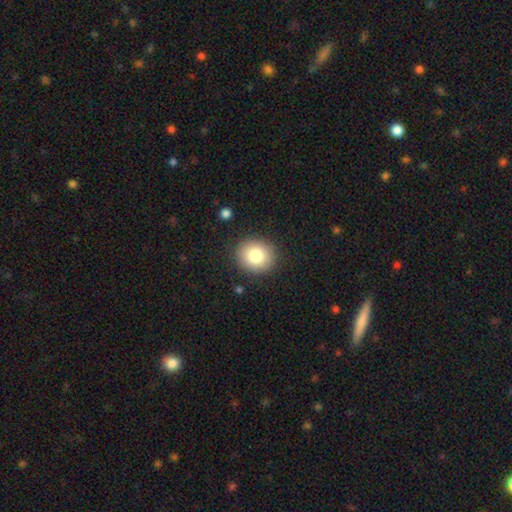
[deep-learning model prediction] This is clearly a smooth galaxy (80%). How rounded: likely round (79%). Merging: clearly none (89%).